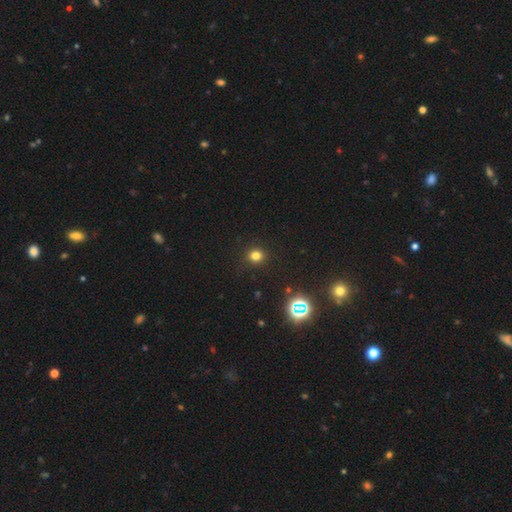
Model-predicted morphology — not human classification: smooth 77%, star or artifact 18%, featured or disk 5%. Down the decision tree: how rounded — round (81%); merging — none (89%).